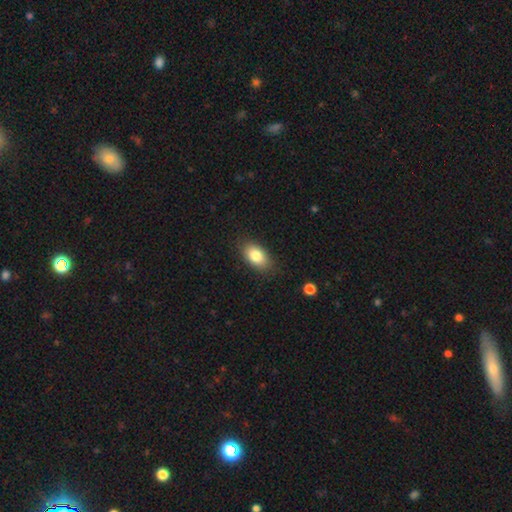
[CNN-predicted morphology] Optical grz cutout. It shows a smooth galaxy with no disk features (83%) that is in between round and cigar-shaped (90%). Merging: none (84%).